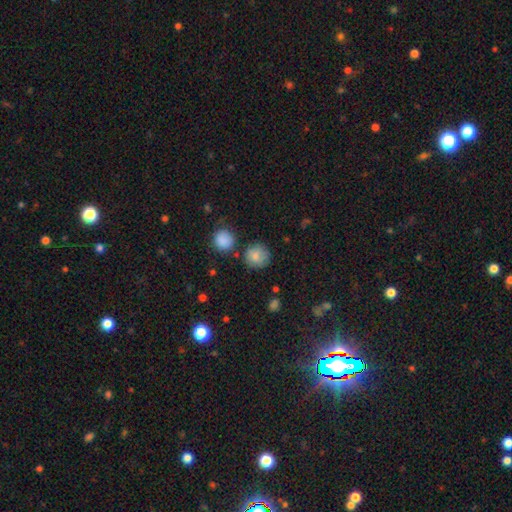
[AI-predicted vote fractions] smooth-or-featured: smooth: 83% | star or artifact: 9% | featured or disk: 8%
  how-rounded: round: 91% | in between: 8% | cigar-shaped: 1%
  merging: none: 77% | minor disturbance: 13% | merger: 7% | major disturbance: 4%